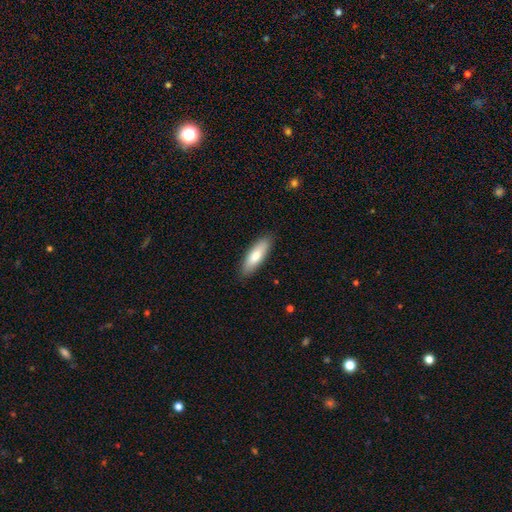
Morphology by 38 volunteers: Smooth or featured: smooth — 74% (featured or disk — 21%)
How rounded: cigar-shaped — 54% (in between — 43%)
Merging: none — 89% (minor disturbance — 8%)